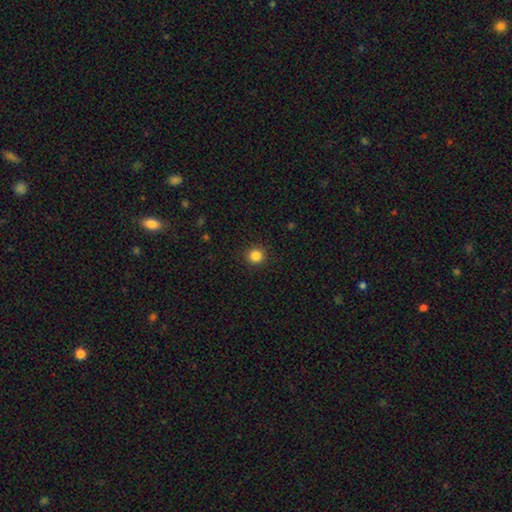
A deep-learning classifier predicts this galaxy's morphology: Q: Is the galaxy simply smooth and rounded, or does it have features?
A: smooth — 85%.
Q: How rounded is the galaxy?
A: round — 94%.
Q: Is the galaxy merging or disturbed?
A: none — 92%.